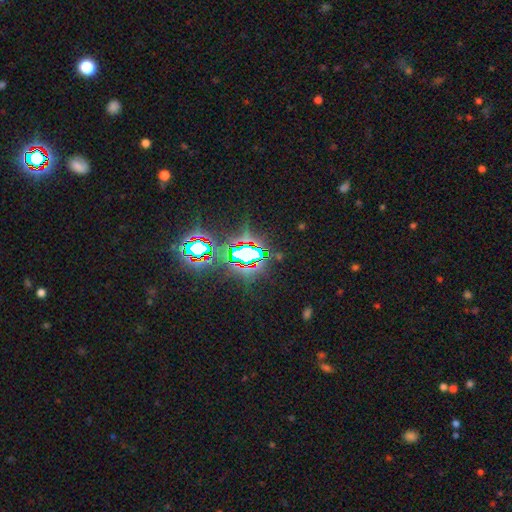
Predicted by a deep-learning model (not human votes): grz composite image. It shows a star or artifact, not a galaxy (83%).